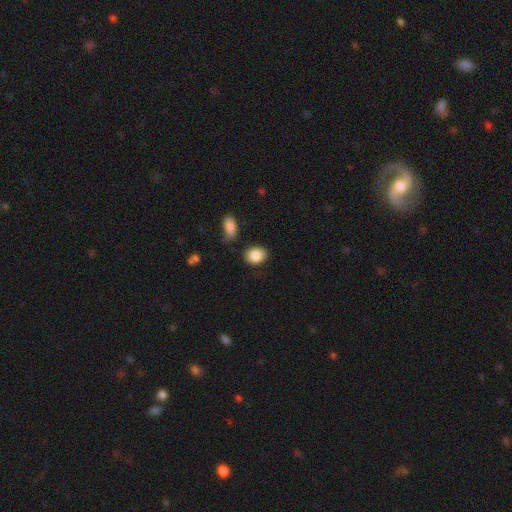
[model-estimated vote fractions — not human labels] A smooth galaxy with no disk features (87%) that is in between round and cigar-shaped (60%). Merging: none (79%).